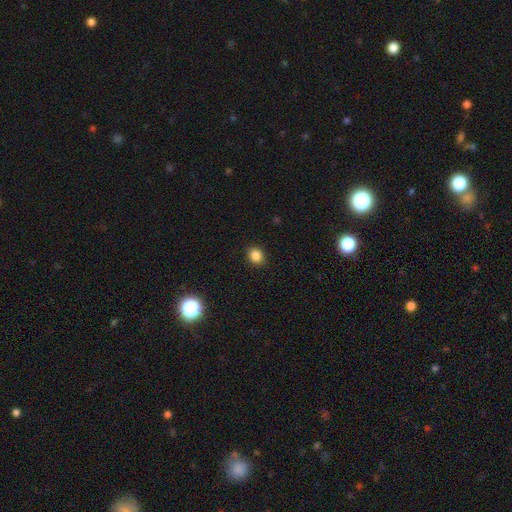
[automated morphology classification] smooth 85%, star or artifact 11%, featured or disk 4%. Down the decision tree: how rounded — round (67%); merging — none (90%).